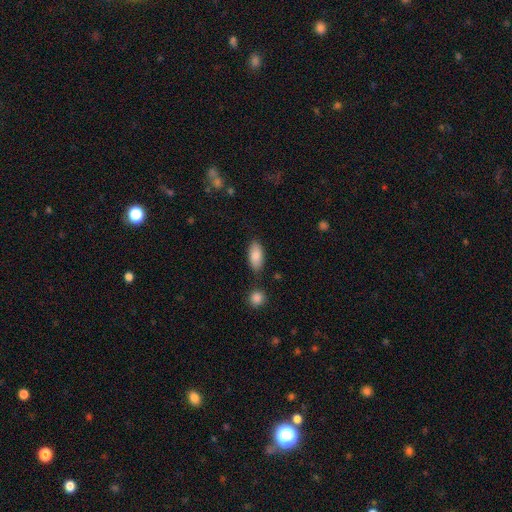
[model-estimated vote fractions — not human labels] Q: Smooth or featured?
A: smooth (85%); runner-up: featured or disk (8%)
Q: How rounded?
A: in between (89%); runner-up: cigar-shaped (8%)
Q: Merging?
A: none (77%); runner-up: minor disturbance (14%)